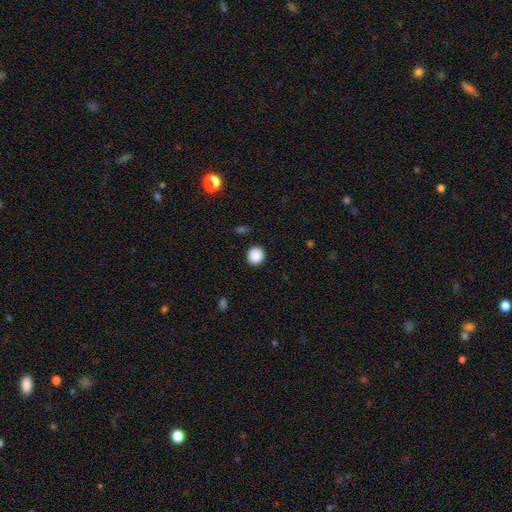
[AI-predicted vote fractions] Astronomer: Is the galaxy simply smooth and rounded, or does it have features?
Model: smooth — 89%.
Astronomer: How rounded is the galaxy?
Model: round — 91%.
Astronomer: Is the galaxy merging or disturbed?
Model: none — 90%.